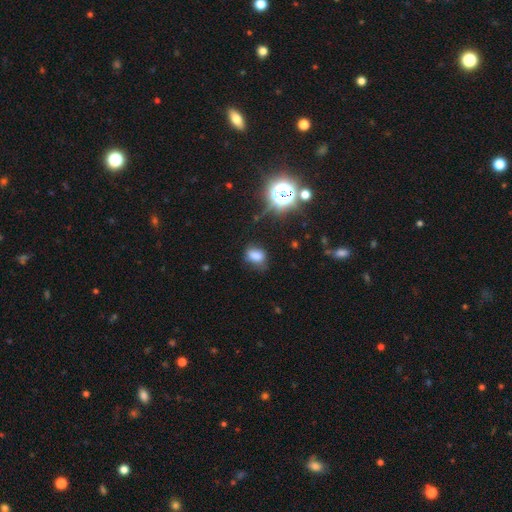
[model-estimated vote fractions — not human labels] smooth 73%, star or artifact 18%, featured or disk 9%. Down the decision tree: how rounded — in between (70%); merging — none (63%).